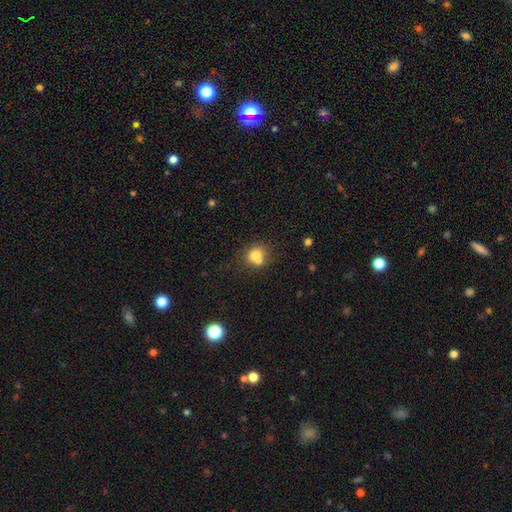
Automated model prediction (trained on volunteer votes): Smooth or featured: smooth — 73% (featured or disk — 15%)
How rounded: round — 72% (in between — 27%)
Merging: none — 44% (merger — 42%)